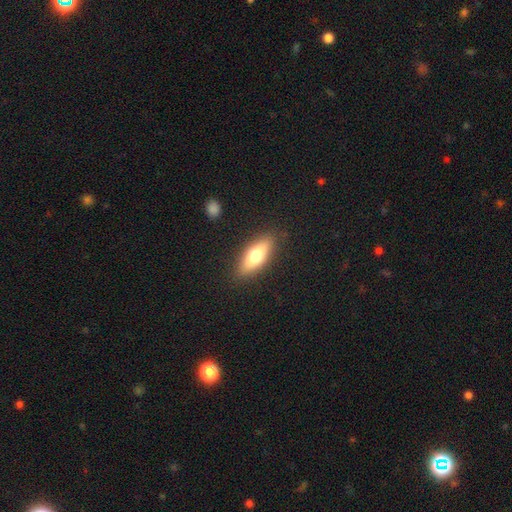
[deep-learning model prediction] Overall: smooth (63%; featured or disk 31%). How rounded: in between (60%; cigar-shaped 37%). Merging: none (87%).